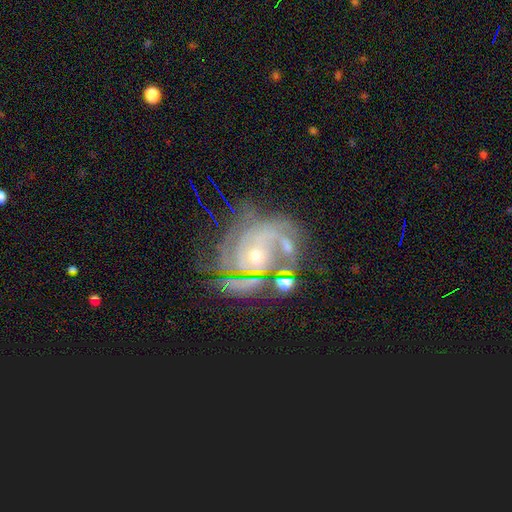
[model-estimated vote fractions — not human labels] featured or disk 86%, star or artifact 9%, smooth 5%. Down the decision tree: edge-on disk — no (97%); bar — no (67%); spiral arms — yes (95%); spiral arm count — 2 (27%); spiral winding — tight (58%); bulge size — small (56%); merging — none (55%).